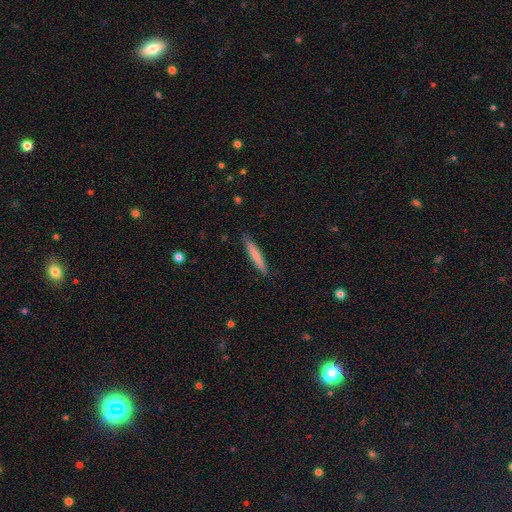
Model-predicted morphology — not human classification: smooth 71%, featured or disk 23%, star or artifact 5%. Down the decision tree: how rounded — cigar-shaped (94%); merging — none (88%).